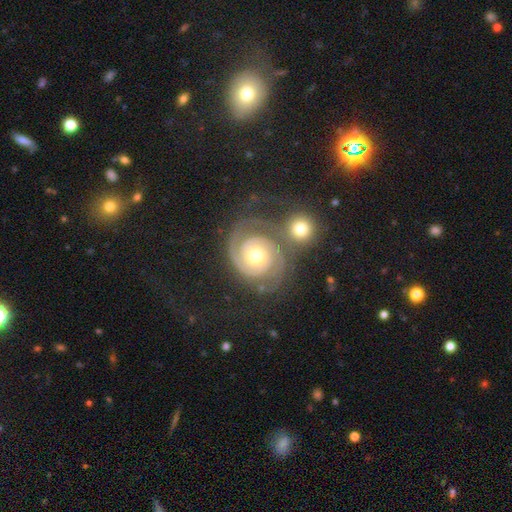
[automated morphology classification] A featured or disk galaxy (91%) with no bar (77%), 2 (82%) tight (83%) spiral arms (98%) and a moderate central bulge (69%).

Vote fractions:
- Smooth or featured? featured or disk: 91% / star or artifact: 5% / smooth: 4%
- Edge-on disk? no: 98% / yes: 2%
- Bar? no: 77% / weak: 17% / strong: 7%
- Spiral arms? yes: 98% / no: 2%
- Spiral winding? tight: 83% / medium: 15% / loose: 3%
- Spiral arm count? 2: 82% / 3: 6% / can't tell: 5% / 1: 3% / 4: 2% / more than 4: 2%
- Bulge size? moderate: 69% / small: 23% / large: 5% / dominant: 1% / none: 1%
- Merging? none: 64% / merger: 15% / minor disturbance: 13% / major disturbance: 8%